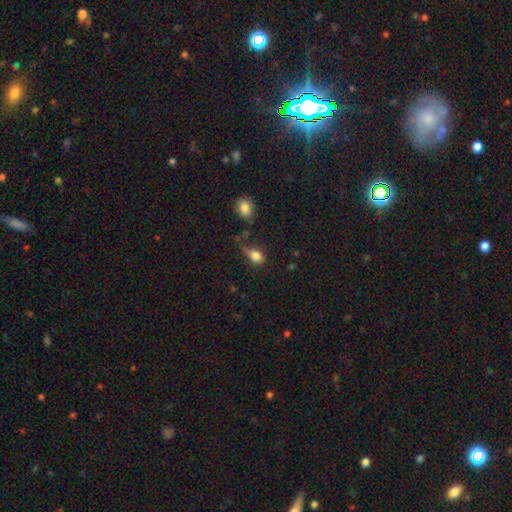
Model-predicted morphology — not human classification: A smooth galaxy with no disk features (82%) that is in between round and cigar-shaped (73%). Merging: none (44%).